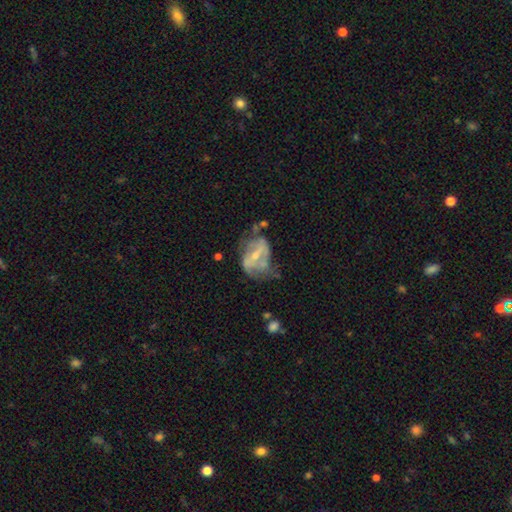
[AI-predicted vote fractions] The model was most divided on "merging": none: 36%, major disturbance: 28%, minor disturbance: 27%, merger: 8%. Remaining: edge-on disk — no (97%); smooth or featured — featured or disk (70%); spiral arms — yes (61%); bulge size — small (52%); bar — weak (42%).